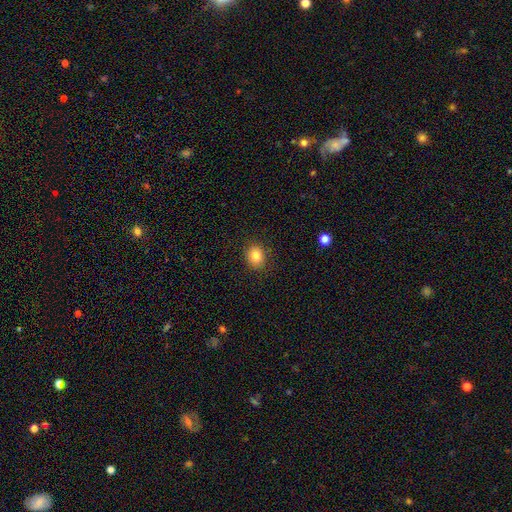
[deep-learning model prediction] Morphology: type=smooth (84%); roundness=round (59%); merging=none (88%).